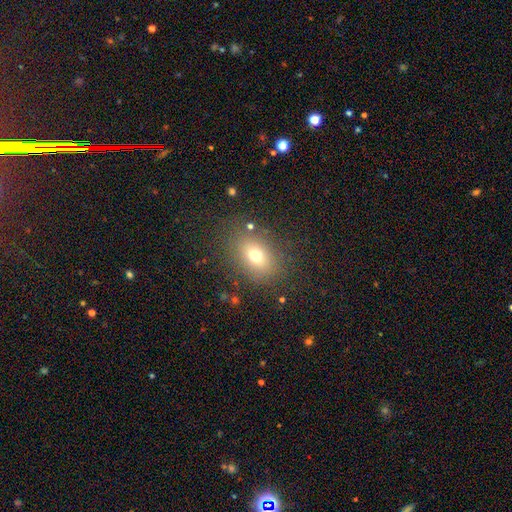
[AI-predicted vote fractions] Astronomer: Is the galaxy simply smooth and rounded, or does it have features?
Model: smooth — 71%.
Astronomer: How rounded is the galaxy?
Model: in between — 68%.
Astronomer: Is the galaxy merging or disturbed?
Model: none — 81%.